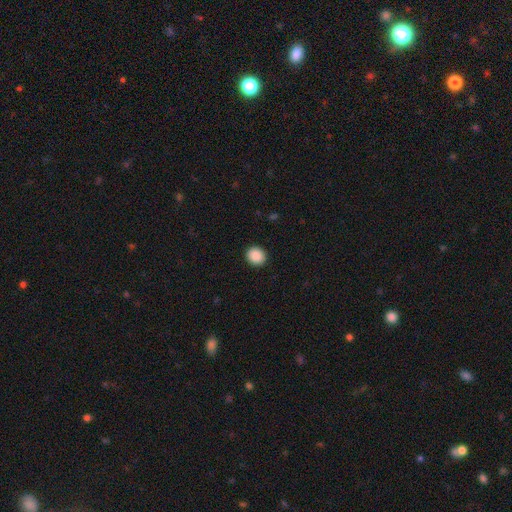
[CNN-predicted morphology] smooth 90%, star or artifact 8%, featured or disk 2%. Down the decision tree: how rounded — round (80%); merging — none (92%).